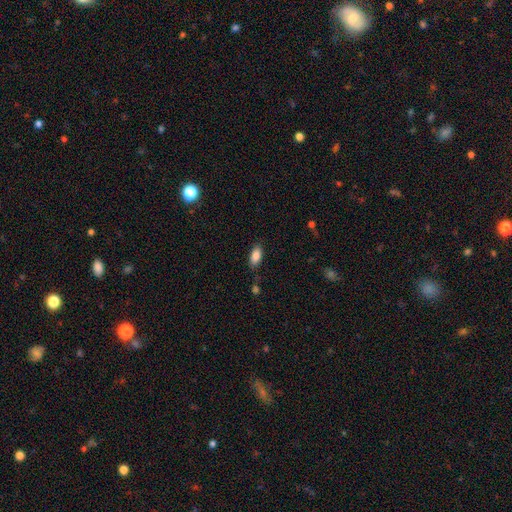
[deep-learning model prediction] Overall: smooth (85%). How rounded: in between (88%). Merging: none (78%).